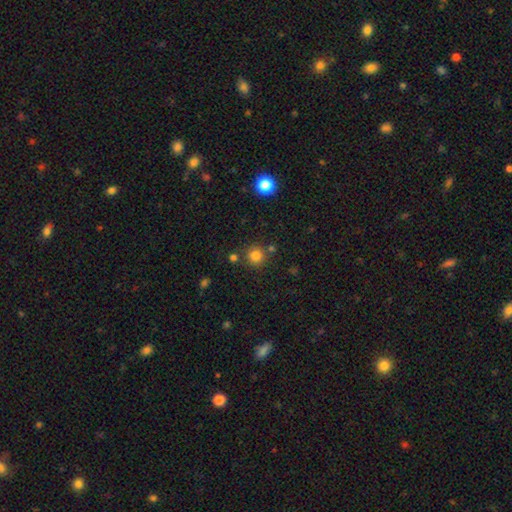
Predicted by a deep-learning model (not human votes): Smooth or featured?
  - smooth: 80% *
  - star or artifact: 14%
  - featured or disk: 6%
How rounded?
  - round: 93% *
  - in between: 6%
  - cigar-shaped: 1%
Merging?
  - none: 81% *
  - merger: 8%
  - minor disturbance: 8%
  - major disturbance: 3%